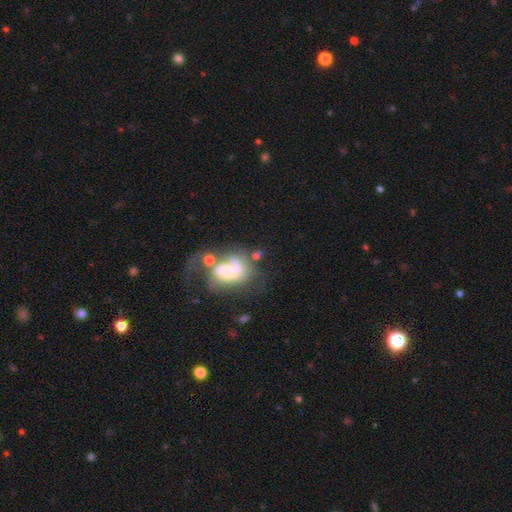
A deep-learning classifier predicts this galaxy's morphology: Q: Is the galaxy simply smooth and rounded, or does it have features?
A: featured or disk — 68%.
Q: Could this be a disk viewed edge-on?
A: no — 97%.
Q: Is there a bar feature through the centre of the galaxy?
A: no — 63%.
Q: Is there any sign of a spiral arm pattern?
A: yes — 77%.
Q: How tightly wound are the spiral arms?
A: loose — 38%, tied with medium.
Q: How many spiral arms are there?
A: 1 — 51%.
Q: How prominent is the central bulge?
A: moderate — 36%.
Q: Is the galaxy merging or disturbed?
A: major disturbance — 34%.